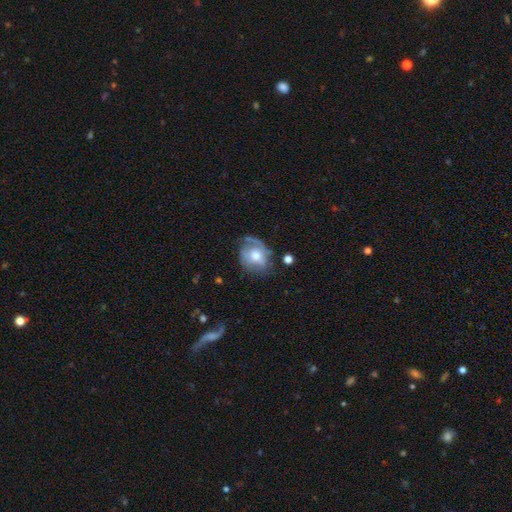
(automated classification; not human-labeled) smooth-or-featured: featured or disk: 54% | smooth: 38% | star or artifact: 8%
  disk-edge-on: no: 95% | yes: 5%
    bar: no: 72% | weak: 22% | strong: 6%
    has-spiral-arms: yes: 61% | no: 39%
    bulge-size: moderate: 70% | small: 15% | large: 12% | none: 2% | dominant: 1%
  merging: none: 49% | minor disturbance: 28% | major disturbance: 19% | merger: 4%